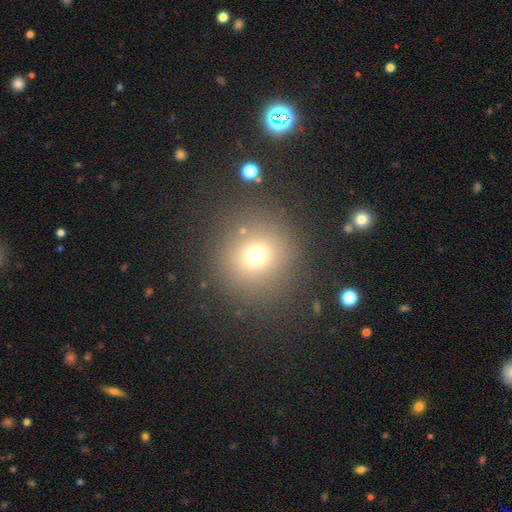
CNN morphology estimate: This is likely a smooth galaxy (70%). How rounded: clearly round (93%). Merging: clearly none (85%).